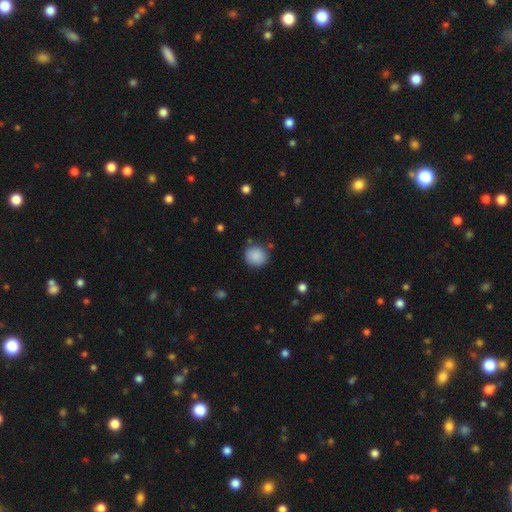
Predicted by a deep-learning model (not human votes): Smooth or featured? smooth (88%)
How rounded? round (85%)
Merging? none (81%)